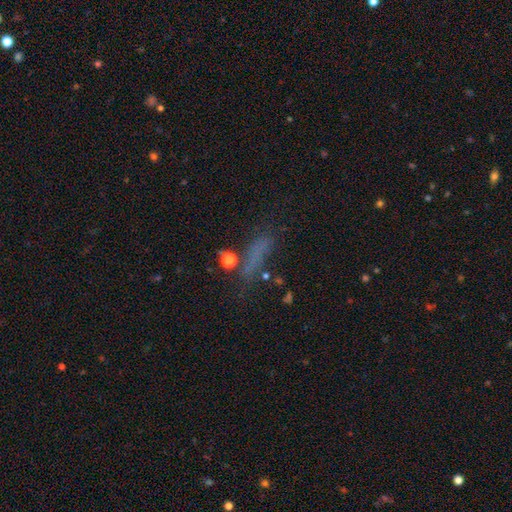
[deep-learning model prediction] Smooth or featured: smooth — 54% (star or artifact — 29%)
How rounded: cigar-shaped — 60% (in between — 31%)
Merging: none — 56% (minor disturbance — 19%)